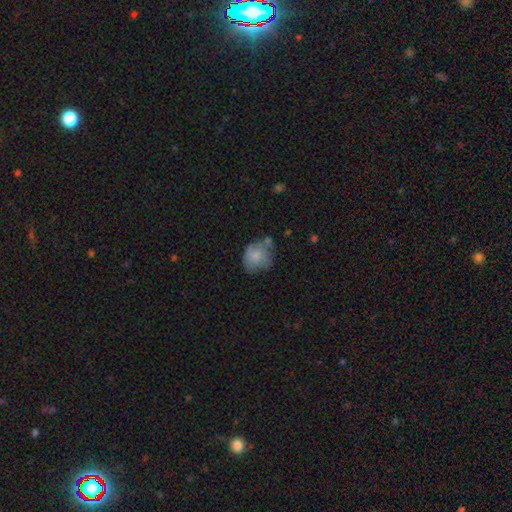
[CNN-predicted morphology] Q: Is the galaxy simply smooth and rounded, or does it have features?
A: smooth — 68%.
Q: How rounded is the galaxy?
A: round — 65%.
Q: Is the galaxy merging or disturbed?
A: none — 43%.